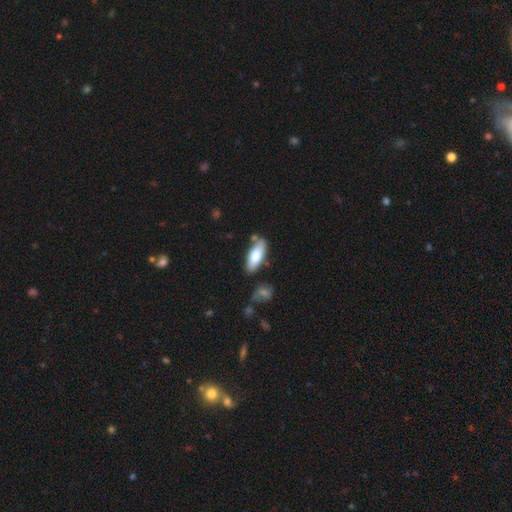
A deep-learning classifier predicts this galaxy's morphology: Smooth or featured: smooth — 74% (featured or disk — 21%)
How rounded: in between — 75% (cigar-shaped — 23%)
Merging: none — 73% (minor disturbance — 16%)